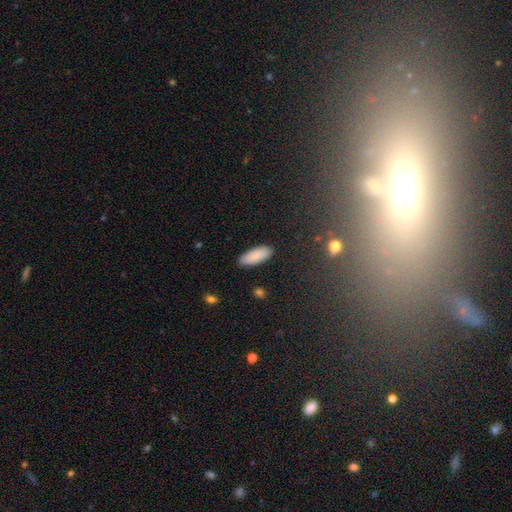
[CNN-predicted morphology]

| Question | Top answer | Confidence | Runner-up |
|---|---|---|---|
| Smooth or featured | smooth | 89% | star or artifact (6%) |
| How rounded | in between | 77% | cigar-shaped (21%) |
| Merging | none | 88% | minor disturbance (9%) |